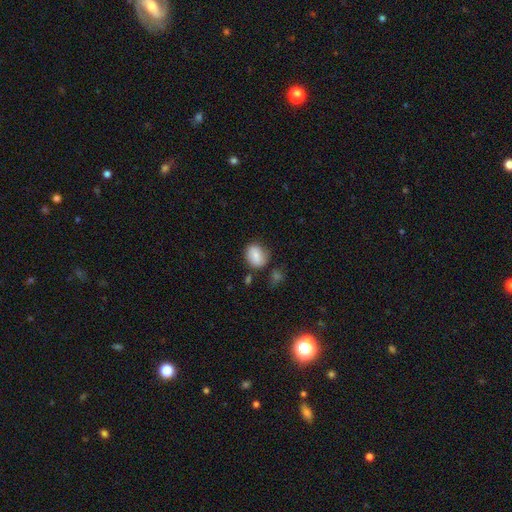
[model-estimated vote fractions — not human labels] Q: Smooth or featured?
A: smooth (80%); runner-up: featured or disk (12%)
Q: How rounded?
A: in between (51%); runner-up: round (48%)
Q: Merging?
A: none (65%); runner-up: minor disturbance (22%)